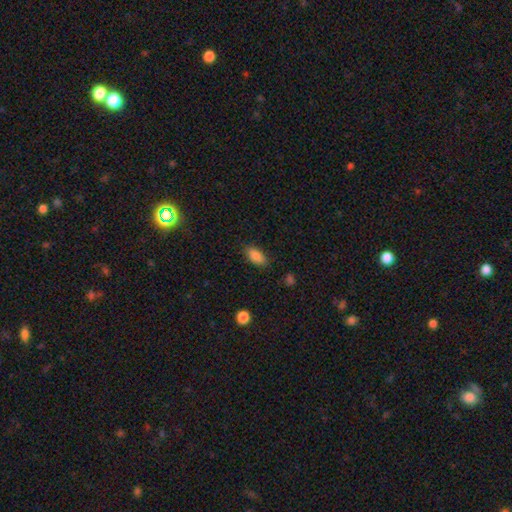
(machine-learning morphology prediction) Smooth or featured? smooth (87%)
How rounded? in between (89%)
Merging? none (85%)